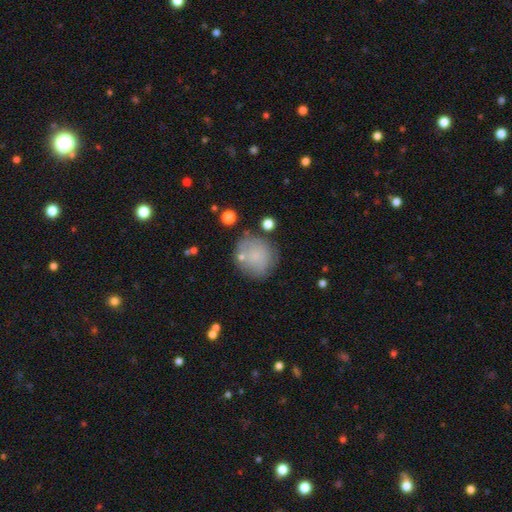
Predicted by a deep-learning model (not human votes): The model was most divided on "merging": none: 69%, minor disturbance: 17%, major disturbance: 7%, merger: 7%. More confident: how rounded — round (88%); smooth or featured — smooth (73%).